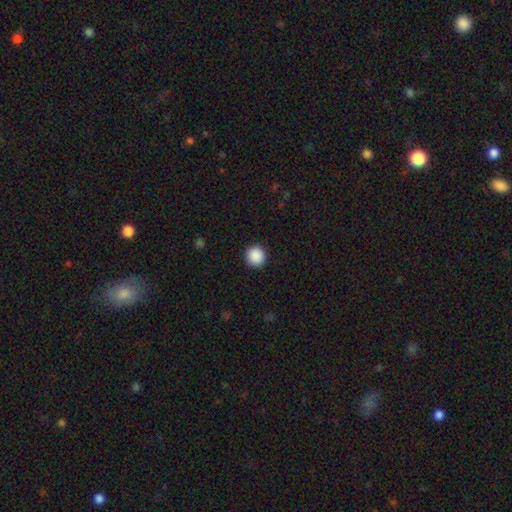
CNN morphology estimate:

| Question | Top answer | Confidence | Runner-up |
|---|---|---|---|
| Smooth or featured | smooth | 89% | star or artifact (8%) |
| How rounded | round | 95% | in between (4%) |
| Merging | none | 92% | minor disturbance (5%) |